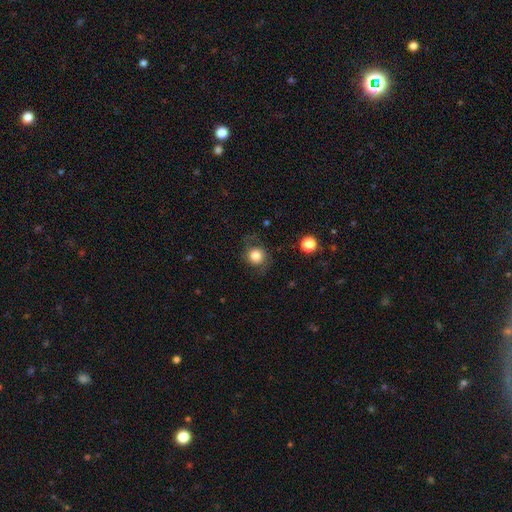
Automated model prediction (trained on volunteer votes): smooth-or-featured: smooth: 71% | featured or disk: 19% | star or artifact: 9%
  how-rounded: round: 85% | in between: 14% | cigar-shaped: 1%
  merging: none: 68% | minor disturbance: 19% | major disturbance: 12% | merger: 2%